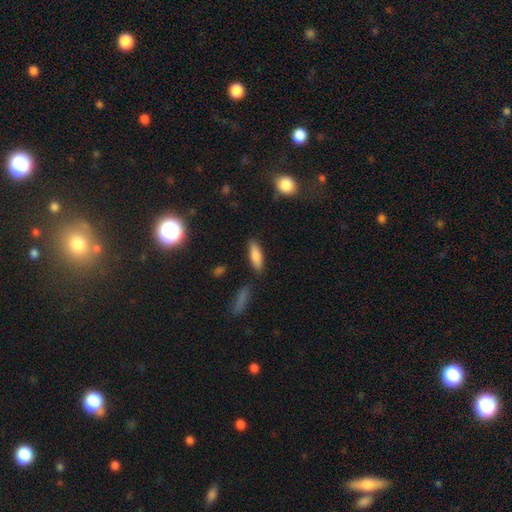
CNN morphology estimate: Smooth or featured: smooth — 83% (featured or disk — 10%)
How rounded: in between — 60% (cigar-shaped — 38%)
Merging: none — 82% (minor disturbance — 11%)